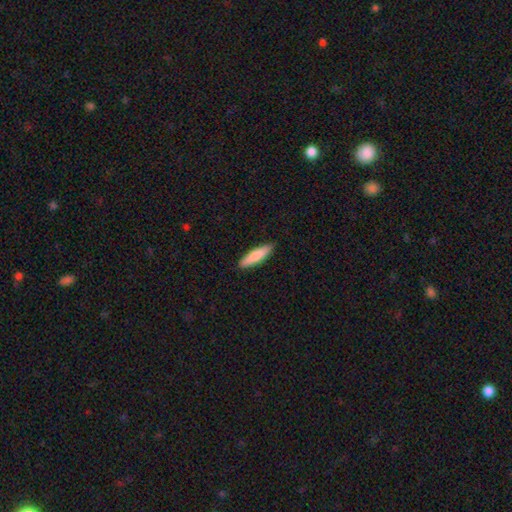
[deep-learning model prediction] Smooth or featured? smooth (83%)
How rounded? cigar-shaped (76%)
Merging? none (89%)